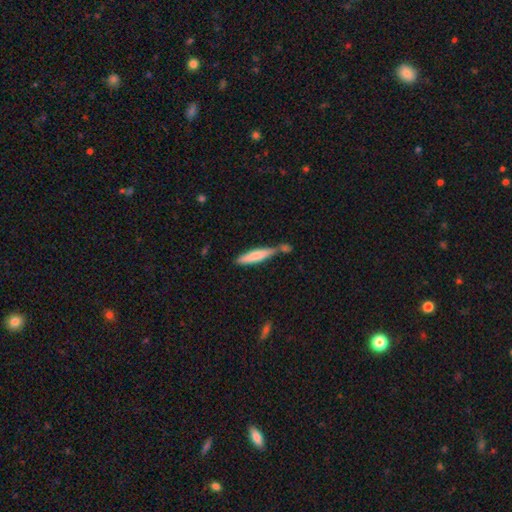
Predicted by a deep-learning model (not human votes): smooth 70%, featured or disk 25%, star or artifact 5%. Down the decision tree: how rounded — cigar-shaped (86%); merging — none (52%).